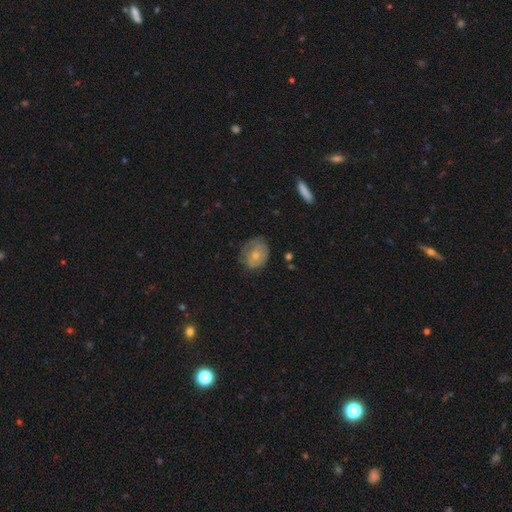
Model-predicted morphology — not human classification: Smooth or featured? smooth (56%)
How rounded? round (51%)
Merging? none (56%)